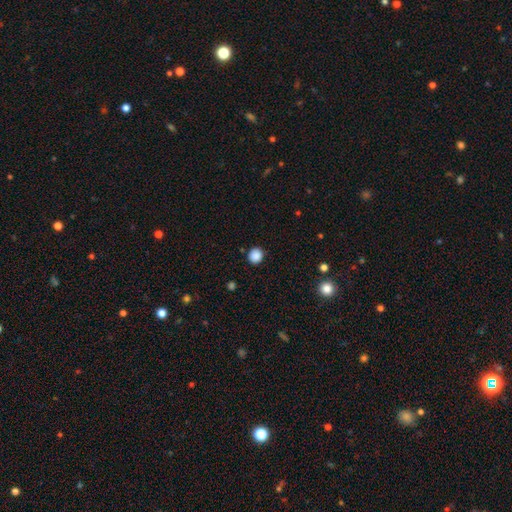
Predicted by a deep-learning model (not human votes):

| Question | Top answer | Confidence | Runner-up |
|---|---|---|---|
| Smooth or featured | smooth | 88% | star or artifact (10%) |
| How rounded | round | 87% | in between (12%) |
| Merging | none | 89% | minor disturbance (7%) |